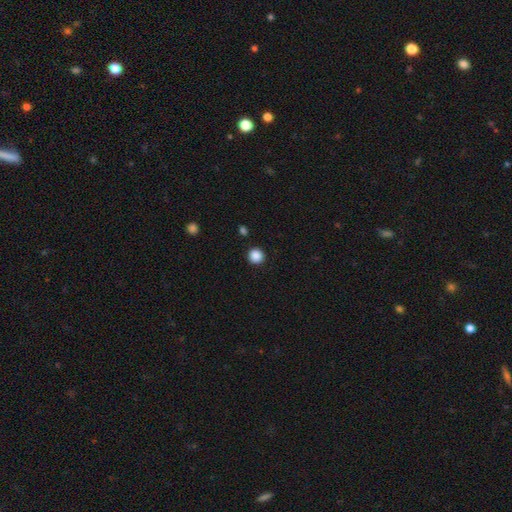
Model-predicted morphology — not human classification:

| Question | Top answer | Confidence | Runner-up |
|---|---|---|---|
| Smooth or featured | smooth | 88% | star or artifact (10%) |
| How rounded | round | 94% | in between (5%) |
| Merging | none | 92% | minor disturbance (5%) |